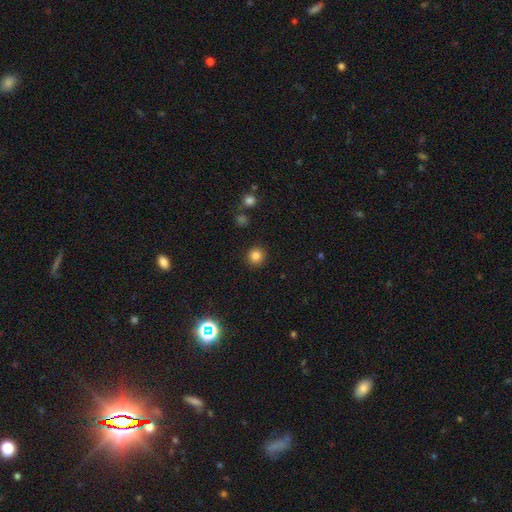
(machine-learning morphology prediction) This is clearly a smooth galaxy (82%). How rounded: clearly round (92%). Merging: clearly none (91%).